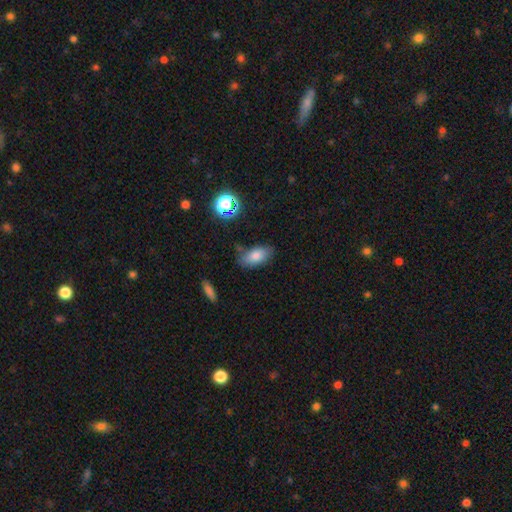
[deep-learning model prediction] smooth 80%, featured or disk 10%, star or artifact 10%. Down the decision tree: how rounded — in between (89%); merging — none (73%).